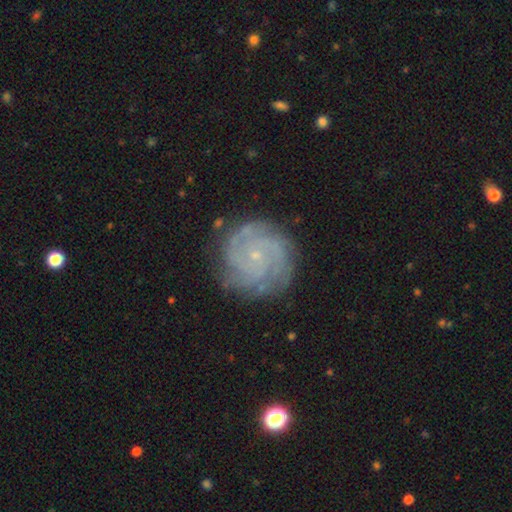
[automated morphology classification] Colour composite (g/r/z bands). It shows a featured or disk galaxy (85%) with no bar (80%), 3 (26%) tight (75%) spiral arms (97%) and a small central bulge (87%). Merging: none (82%).